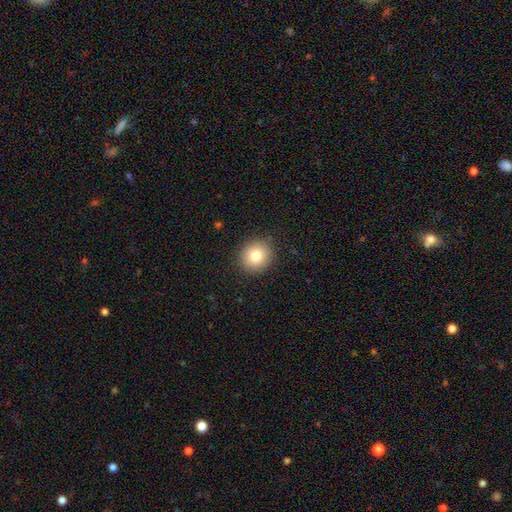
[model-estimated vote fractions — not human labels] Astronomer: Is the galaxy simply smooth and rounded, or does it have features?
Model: smooth — 81%.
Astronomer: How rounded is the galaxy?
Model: round — 86%.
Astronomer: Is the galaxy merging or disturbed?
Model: none — 90%.